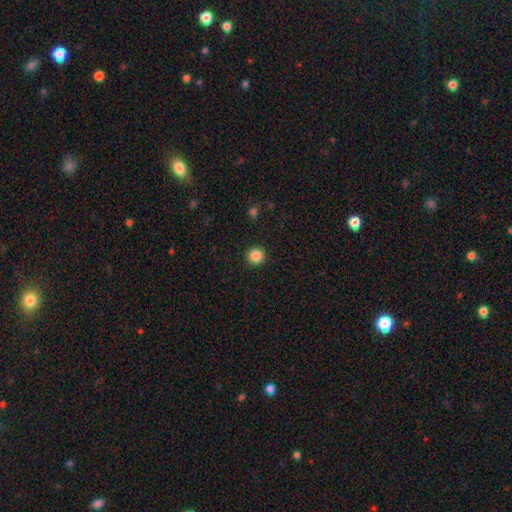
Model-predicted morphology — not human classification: type=smooth (86%); roundness=round (95%); merging=none (93%).